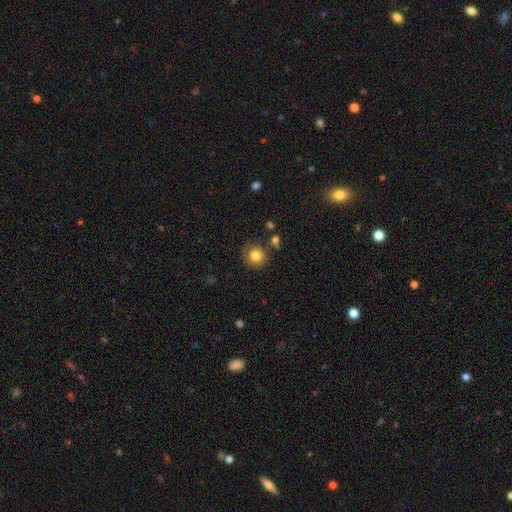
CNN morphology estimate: This appears to be a smooth galaxy with no disk features (81%) that is round (90%). Merging: none (80%).